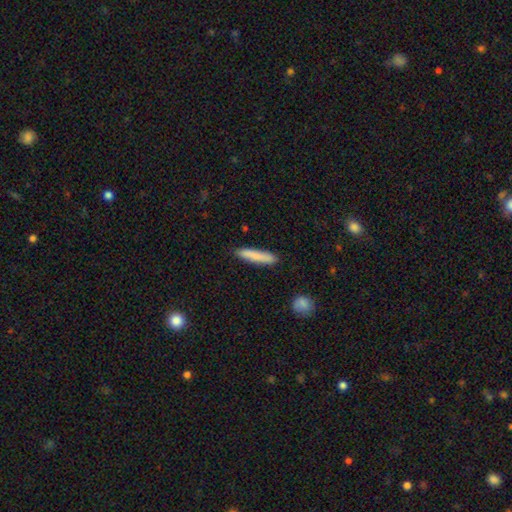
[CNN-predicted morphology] A smooth galaxy with no disk features (83%) that is cigar-shaped (90%).

Vote fractions:
- Smooth or featured? smooth: 83% / featured or disk: 11% / star or artifact: 6%
- How rounded? cigar-shaped: 90% / in between: 8% / round: 1%
- Merging? none: 87% / minor disturbance: 9% / major disturbance: 2% / merger: 2%